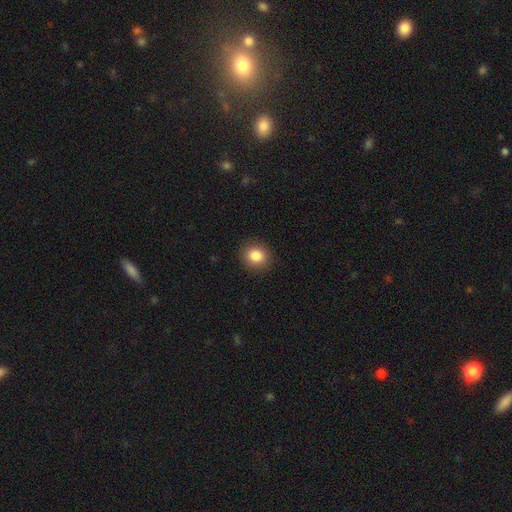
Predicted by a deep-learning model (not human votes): Smooth or featured? Predicted: smooth (p=0.85). How rounded? Predicted: round (p=0.81). Merging? Predicted: none (p=0.90).